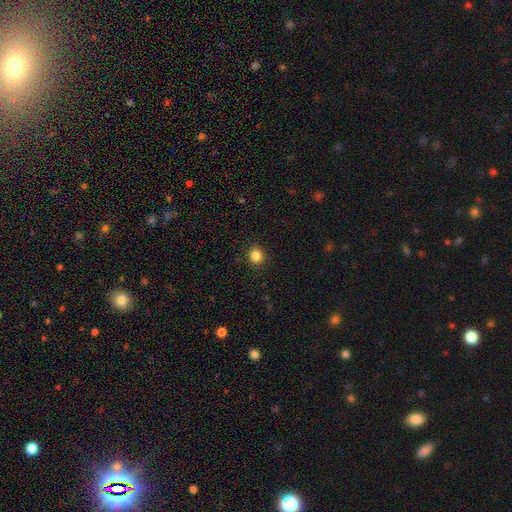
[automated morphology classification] Smooth or featured: smooth — 85% (star or artifact — 11%)
How rounded: round — 79% (in between — 20%)
Merging: none — 91% (minor disturbance — 6%)